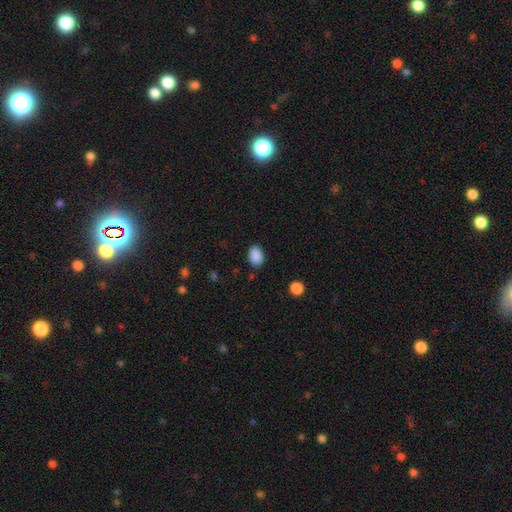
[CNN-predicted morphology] Q: Smooth or featured?
A: smooth (89%); runner-up: star or artifact (8%)
Q: How rounded?
A: in between (81%); runner-up: round (18%)
Q: Merging?
A: none (83%); runner-up: minor disturbance (13%)